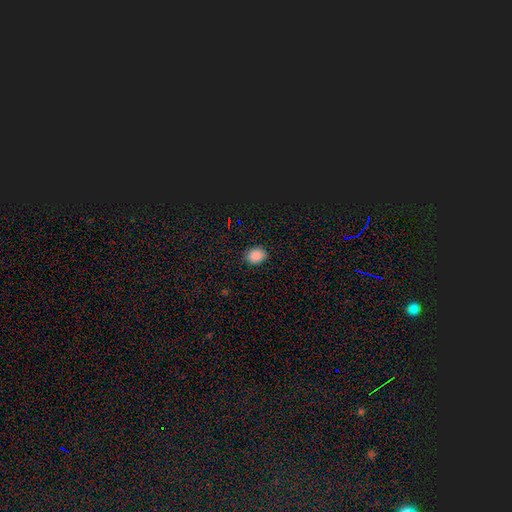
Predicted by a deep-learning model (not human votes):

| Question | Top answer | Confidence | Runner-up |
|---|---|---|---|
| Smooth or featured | smooth | 86% | star or artifact (11%) |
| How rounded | round | 56% | in between (43%) |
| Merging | none | 87% | minor disturbance (10%) |